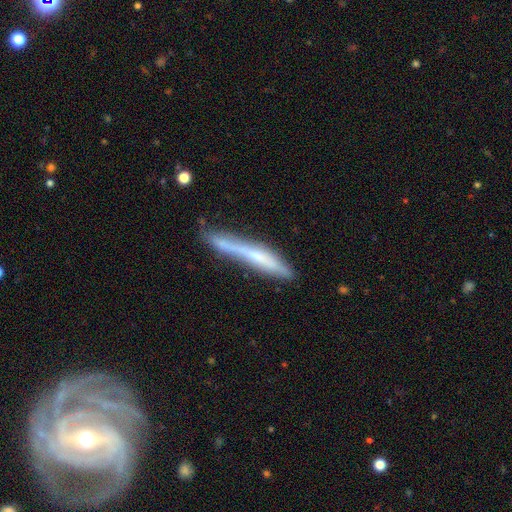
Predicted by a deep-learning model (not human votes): smooth_or_featured: featured or disk (p=0.49) [alt: smooth p=0.43]
merging: none (p=0.59) [alt: minor disturbance p=0.25]